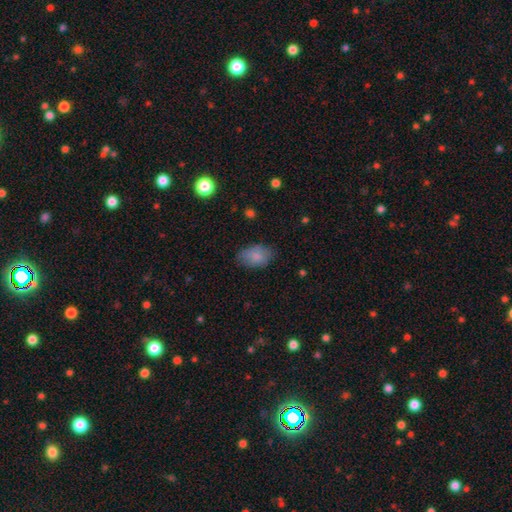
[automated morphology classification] This appears to be a smooth galaxy with no disk features (83%) that is in between round and cigar-shaped (88%). Merging: none (71%).